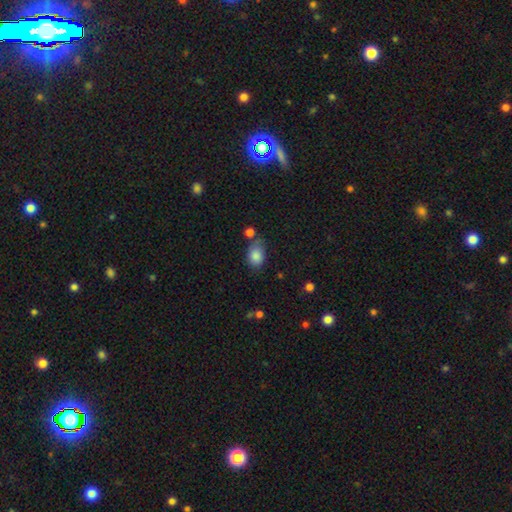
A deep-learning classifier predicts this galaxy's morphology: Smooth or featured? smooth (85%)
How rounded? in between (73%)
Merging? none (60%)